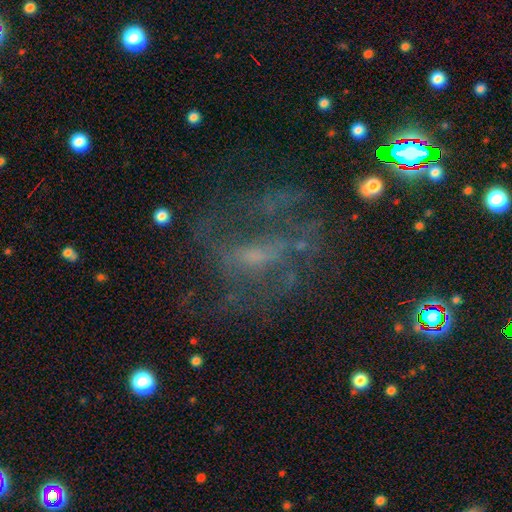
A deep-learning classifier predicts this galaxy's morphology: smooth_or_featured: featured or disk (p=0.62) [alt: star or artifact p=0.21]
disk_edge_on: no (p=0.95) [alt: yes p=0.05]
bar: no (p=0.49) [alt: weak p=0.38]
has_spiral_arms: yes (p=0.52) [alt: no p=0.48]
bulge_size: small (p=0.44) [alt: none p=0.28]
merging: none (p=0.53) [alt: major disturbance p=0.27]